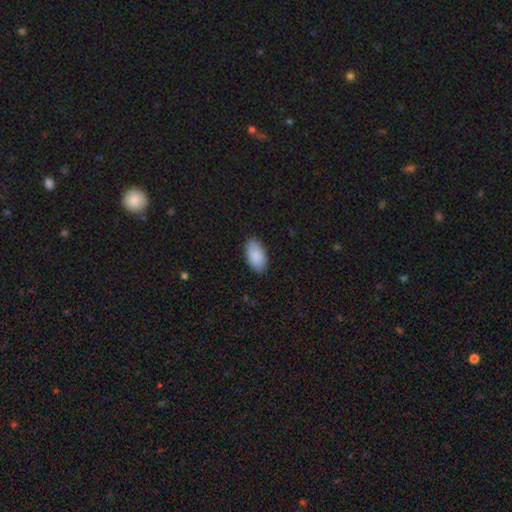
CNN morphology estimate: A smooth galaxy with no disk features (89%) that is in between round and cigar-shaped (95%). Merging: none (86%).